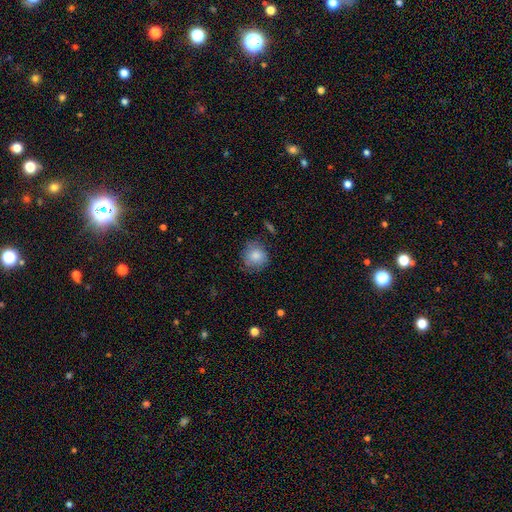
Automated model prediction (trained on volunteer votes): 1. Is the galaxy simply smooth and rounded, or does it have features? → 82% smooth, 11% featured or disk, 8% star or artifact.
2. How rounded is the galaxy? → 88% round, 11% in between, 1% cigar-shaped.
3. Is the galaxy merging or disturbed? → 72% none, 20% minor disturbance, 5% major disturbance, 2% merger.